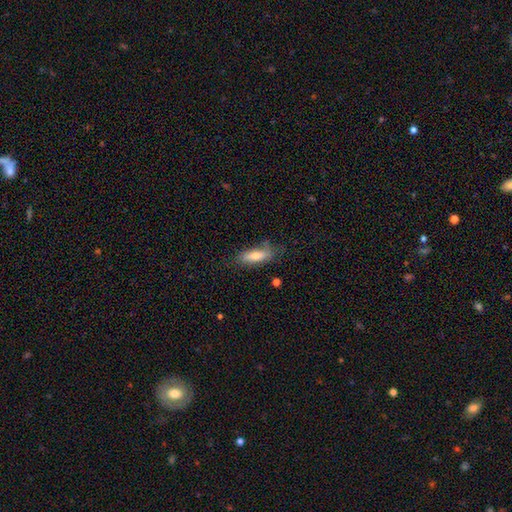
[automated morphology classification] A smooth galaxy with no disk features (70%) that is in between round and cigar-shaped (51%).

Vote fractions:
- Smooth or featured? smooth: 70% / featured or disk: 23% / star or artifact: 7%
- How rounded? in between: 51% / cigar-shaped: 47% / round: 2%
- Merging? none: 71% / minor disturbance: 21% / major disturbance: 6% / merger: 2%